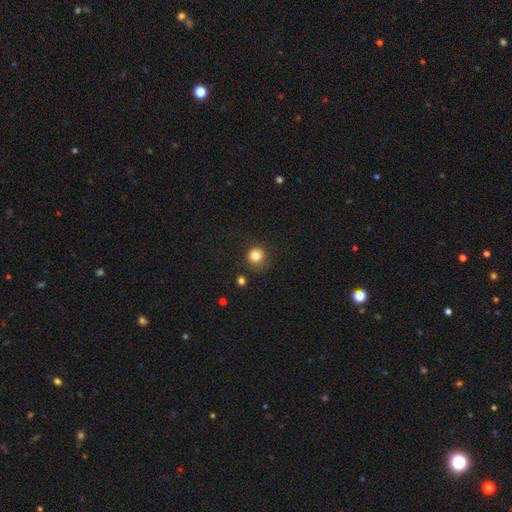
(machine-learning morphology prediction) smooth_or_featured: smooth (p=0.82) [alt: star or artifact p=0.11]
how_rounded: round (p=0.88) [alt: in between p=0.11]
merging: none (p=0.76) [alt: minor disturbance p=0.16]